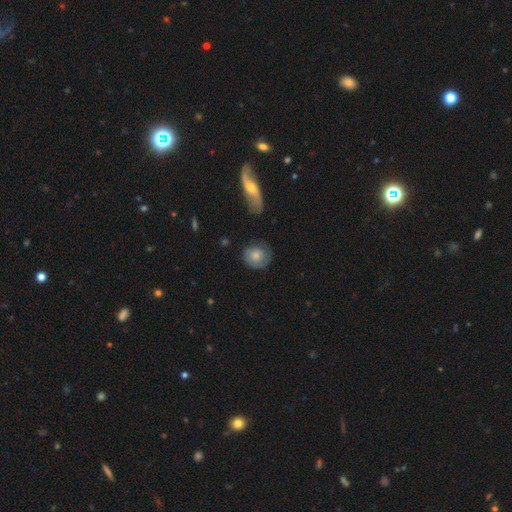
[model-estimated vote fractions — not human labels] smooth-or-featured: smooth: 64% | featured or disk: 29% | star or artifact: 7%
  how-rounded: round: 78% | in between: 20% | cigar-shaped: 1%
  merging: none: 66% | minor disturbance: 23% | major disturbance: 9% | merger: 3%